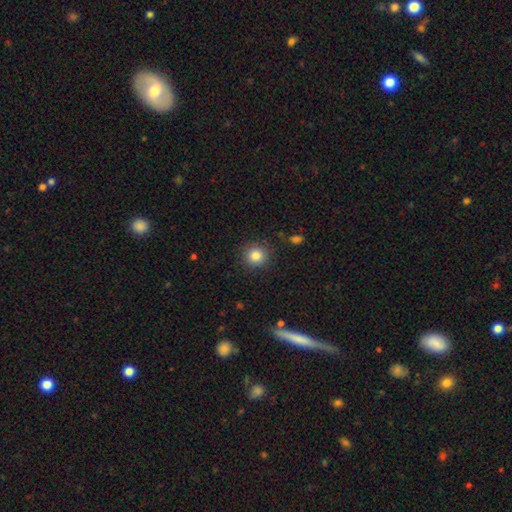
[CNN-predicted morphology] Smooth or featured? smooth (84%)
How rounded? round (91%)
Merging? none (88%)